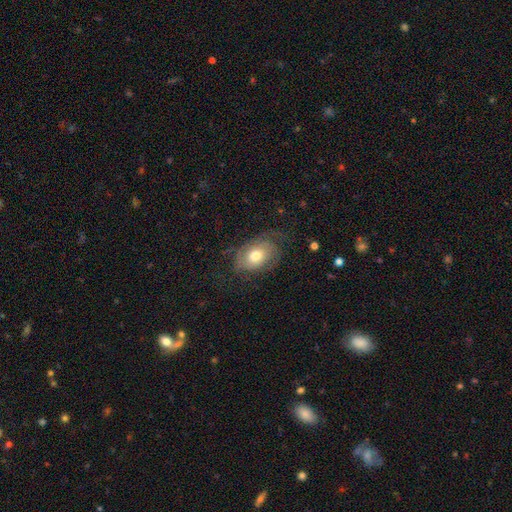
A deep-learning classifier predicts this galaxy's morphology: This is possibly a smooth galaxy (51%). How rounded: clearly in between (80%). Merging: possibly none (57%).